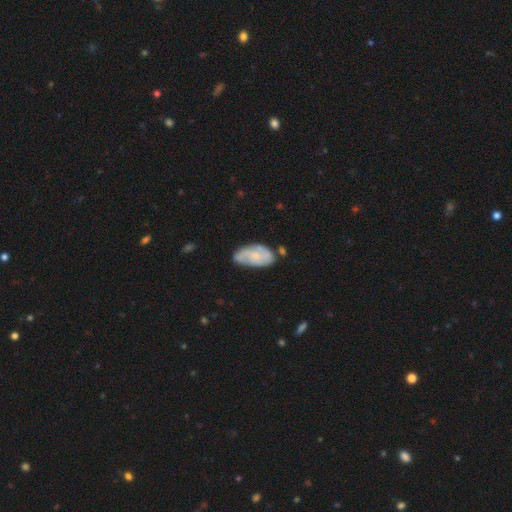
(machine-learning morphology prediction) type=featured or disk (54%); edge-on=no (95%); bar=no (67%); spiral arms=yes (82%); bulge=small (45%); merging=none (62%).